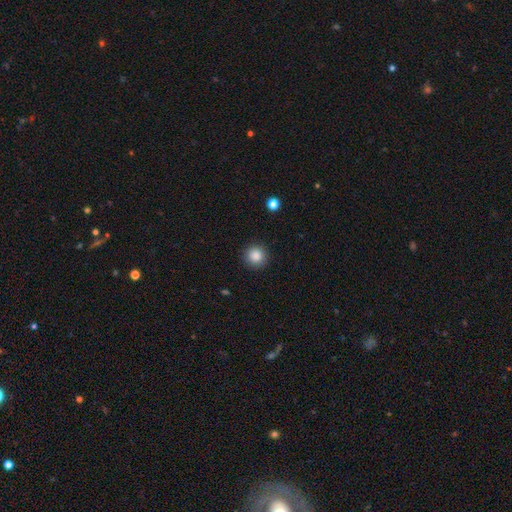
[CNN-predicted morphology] A smooth galaxy with no disk features (87%) that is round (95%).

Vote fractions:
- Smooth or featured? smooth: 87% / star or artifact: 10% / featured or disk: 4%
- How rounded? round: 95% / in between: 4% / cigar-shaped: 1%
- Merging? none: 91% / minor disturbance: 6% / major disturbance: 2% / merger: 1%